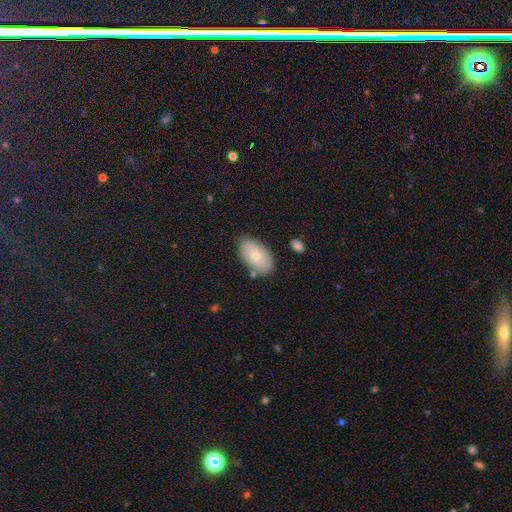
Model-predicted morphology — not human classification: type=smooth (67%); roundness=in between (93%); merging=none (77%).